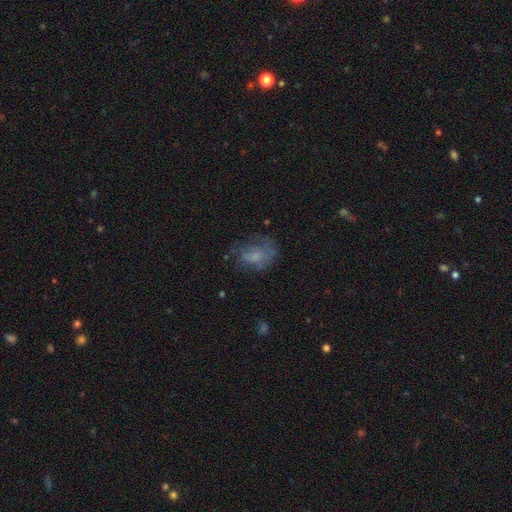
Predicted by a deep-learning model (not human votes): This appears to be a smooth galaxy with no disk features (50%). Merging: none (47%).